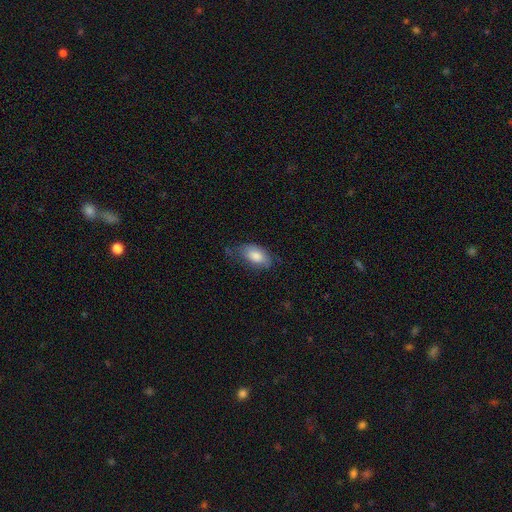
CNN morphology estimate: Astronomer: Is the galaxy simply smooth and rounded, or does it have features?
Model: smooth — 77%.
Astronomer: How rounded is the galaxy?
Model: in between — 92%.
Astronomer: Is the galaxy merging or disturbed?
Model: none — 58%.